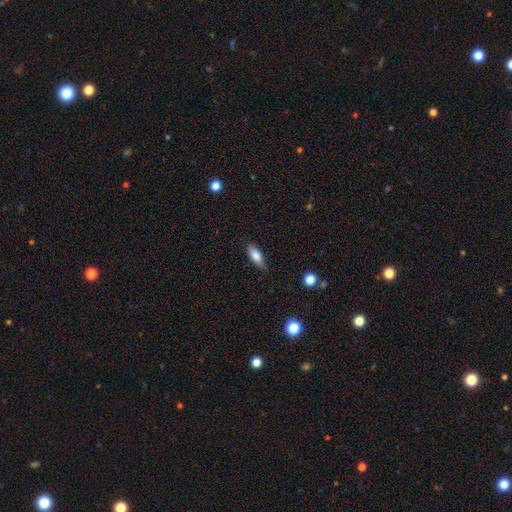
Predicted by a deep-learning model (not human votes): Smooth or featured?
  - smooth: 76% *
  - featured or disk: 17%
  - star or artifact: 7%
How rounded?
  - in between: 65% *
  - cigar-shaped: 32%
  - round: 3%
Merging?
  - none: 78% *
  - minor disturbance: 17%
  - major disturbance: 3%
  - merger: 1%